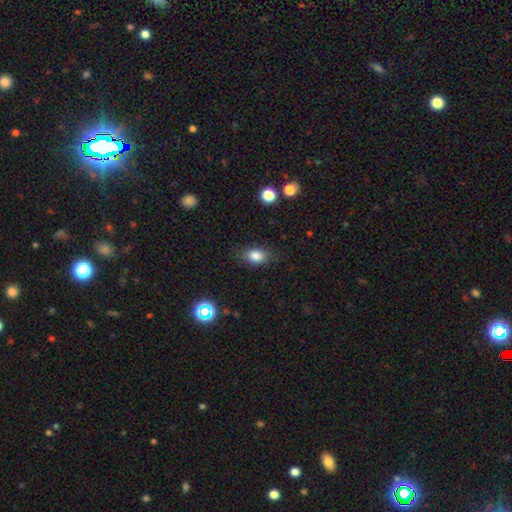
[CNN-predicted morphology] A smooth galaxy with no disk features (82%) that is in between round and cigar-shaped (79%). Merging: none (80%).